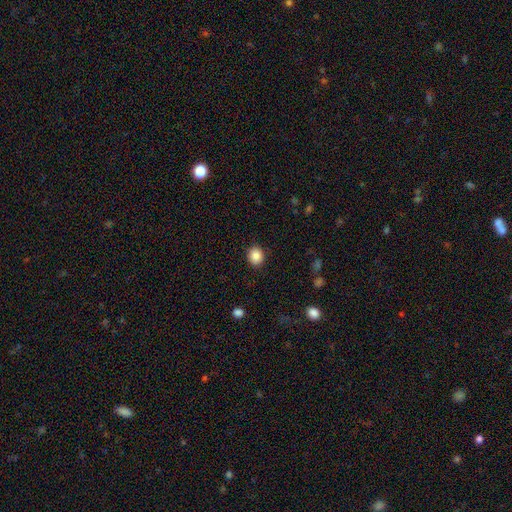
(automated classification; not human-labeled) The model was most divided on "how rounded": round: 66%, in between: 33%, cigar-shaped: 1%. More confident: merging — none (90%); smooth or featured — smooth (86%).